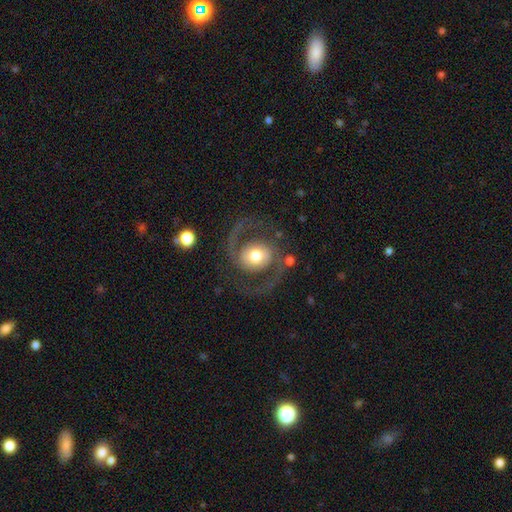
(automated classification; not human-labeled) Q: Smooth or featured?
A: featured or disk (86%); runner-up: smooth (9%)
Q: Edge-on disk?
A: no (98%); runner-up: yes (2%)
Q: Bar?
A: no (62%); runner-up: weak (27%)
Q: Spiral arms?
A: yes (95%); runner-up: no (5%)
Q: Spiral winding?
A: medium (55%); runner-up: loose (32%)
Q: Spiral arm count?
A: 2 (94%); runner-up: 1 (2%)
Q: Bulge size?
A: moderate (60%); runner-up: large (28%)
Q: Merging?
A: none (75%); runner-up: minor disturbance (12%)